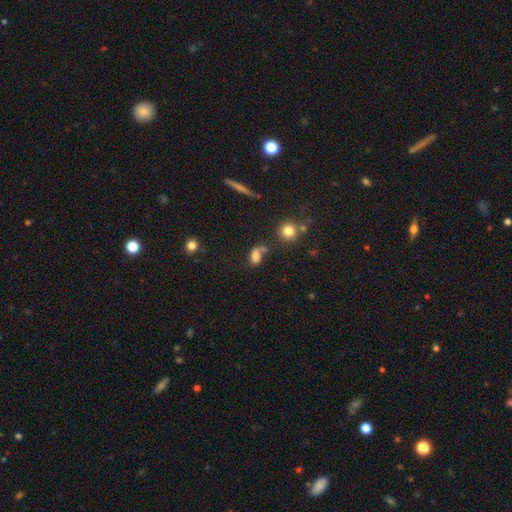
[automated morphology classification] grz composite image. It shows a smooth galaxy with no disk features (74%) that is in between round and cigar-shaped (77%). Merging: none (42%).